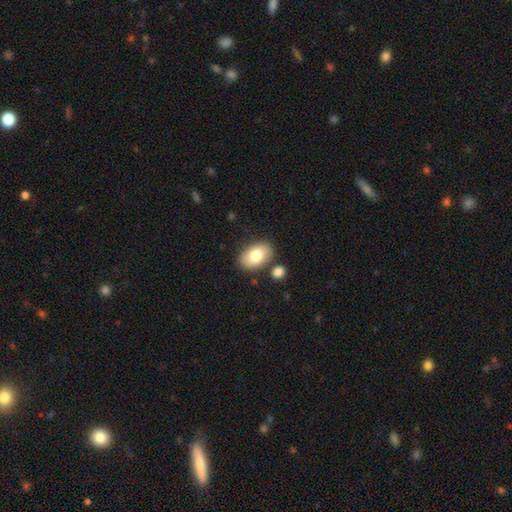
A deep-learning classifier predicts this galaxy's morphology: smooth-or-featured: smooth: 79% | featured or disk: 15% | star or artifact: 7%
  how-rounded: in between: 89% | round: 10% | cigar-shaped: 1%
  merging: none: 78% | minor disturbance: 11% | merger: 8% | major disturbance: 3%